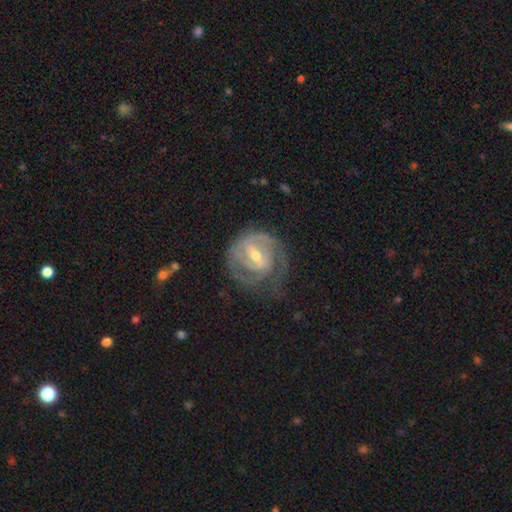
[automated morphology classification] Q: Smooth or featured?
A: featured or disk (85%); runner-up: smooth (10%)
Q: Edge-on disk?
A: no (96%); runner-up: yes (4%)
Q: Bar?
A: weak (47%); runner-up: strong (39%)
Q: Spiral arms?
A: yes (92%); runner-up: no (8%)
Q: Spiral winding?
A: tight (60%); runner-up: medium (31%)
Q: Spiral arm count?
A: 2 (48%); runner-up: can't tell (25%)
Q: Bulge size?
A: moderate (52%); runner-up: small (44%)
Q: Merging?
A: none (59%); runner-up: minor disturbance (22%)